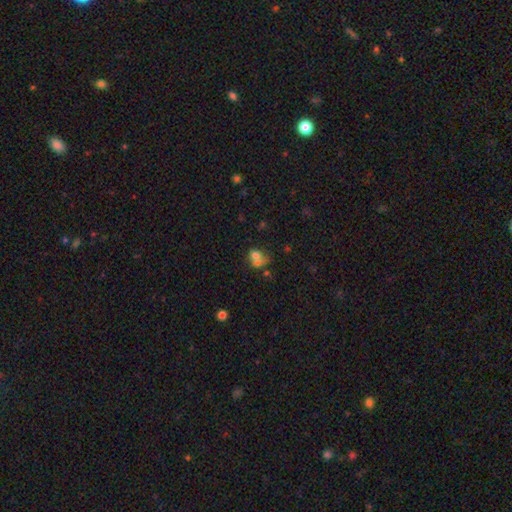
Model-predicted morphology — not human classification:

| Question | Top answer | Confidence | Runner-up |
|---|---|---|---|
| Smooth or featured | smooth | 65% | featured or disk (21%) |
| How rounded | round | 60% | in between (39%) |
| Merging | merger | 57% | none (26%) |